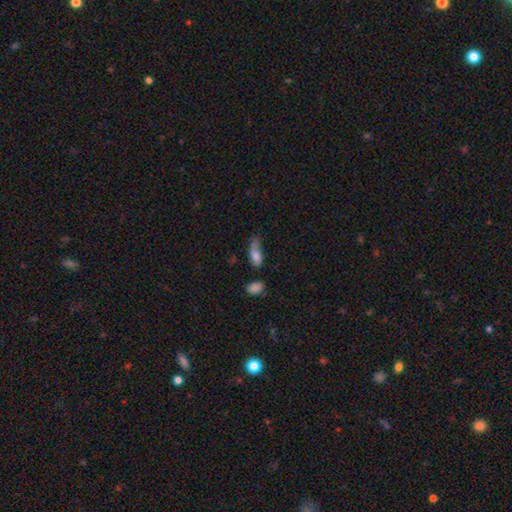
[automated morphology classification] smooth_or_featured: smooth (p=0.79) [alt: featured or disk p=0.12]
how_rounded: in between (p=0.78) [alt: cigar-shaped p=0.18]
merging: minor disturbance (p=0.40) [alt: none p=0.30]